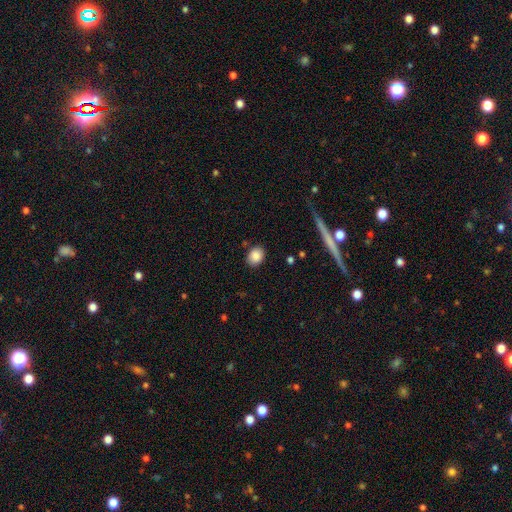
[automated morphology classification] Smooth or featured?
  - smooth: 86% *
  - star or artifact: 8%
  - featured or disk: 5%
How rounded?
  - in between: 54% *
  - round: 45%
  - cigar-shaped: 1%
Merging?
  - none: 86% *
  - minor disturbance: 10%
  - major disturbance: 2%
  - merger: 2%